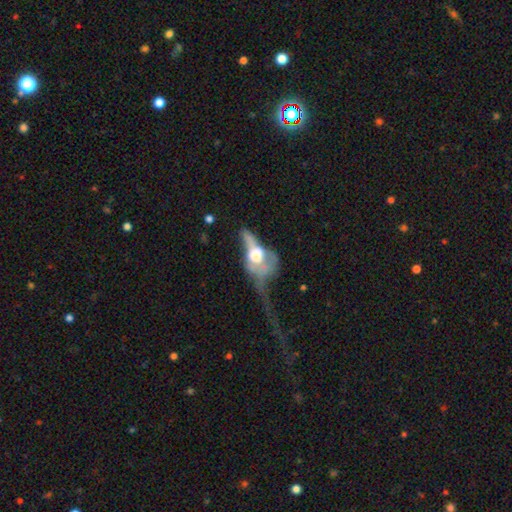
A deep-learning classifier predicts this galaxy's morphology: This is possibly a featured or disk galaxy (52%). It is likely not viewed edge-on (79%). Merging: likely major disturbance (63%).